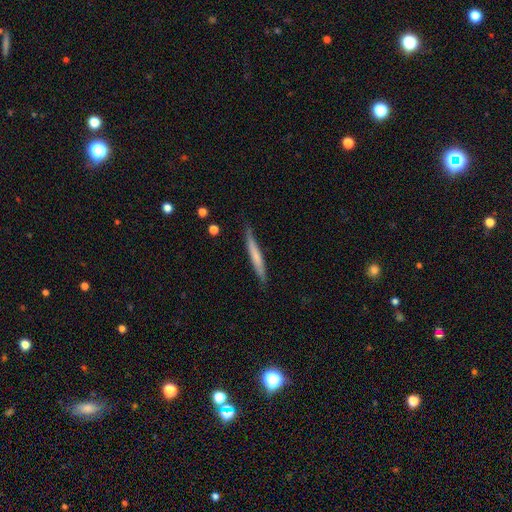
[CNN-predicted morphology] A smooth galaxy with no disk features (59%) that is cigar-shaped (96%).

Vote fractions:
- Smooth or featured? smooth: 59% / featured or disk: 36% / star or artifact: 6%
- How rounded? cigar-shaped: 96% / in between: 3% / round: 1%
- Merging? none: 82% / minor disturbance: 15% / major disturbance: 2% / merger: 1%